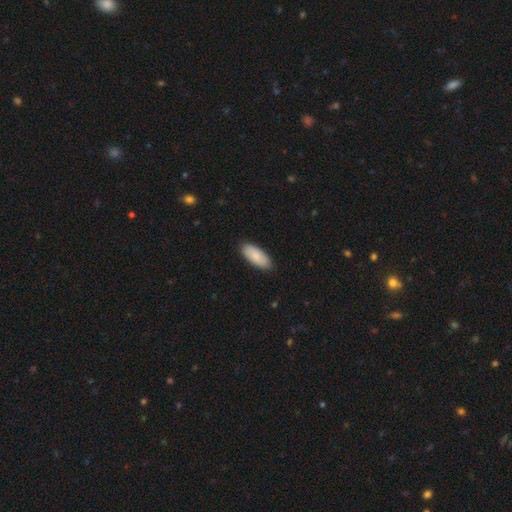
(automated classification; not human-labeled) Smooth or featured? Predicted: smooth (p=0.86). How rounded? Predicted: in between (p=0.85). Merging? Predicted: none (p=0.88).